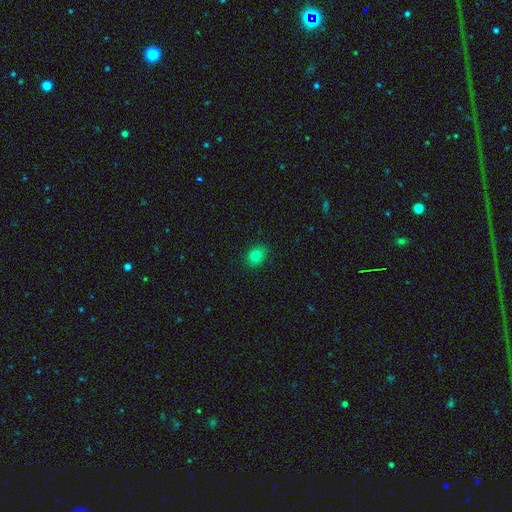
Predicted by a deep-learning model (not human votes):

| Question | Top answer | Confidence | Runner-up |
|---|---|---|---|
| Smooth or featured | smooth | 80% | star or artifact (13%) |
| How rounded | round | 61% | in between (38%) |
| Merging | none | 84% | minor disturbance (13%) |